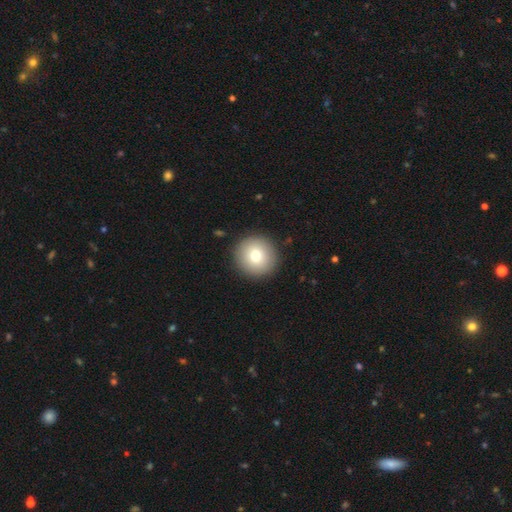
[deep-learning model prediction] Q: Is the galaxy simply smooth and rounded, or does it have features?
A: smooth — 77%.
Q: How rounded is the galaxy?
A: round — 95%.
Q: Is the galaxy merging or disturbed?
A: none — 91%.